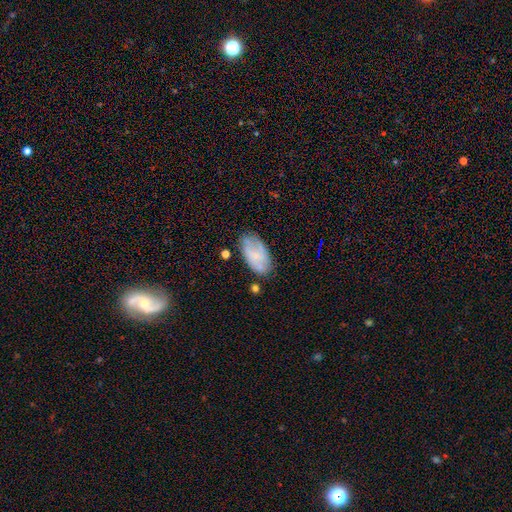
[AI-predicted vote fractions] The model was most divided on "smooth or featured": smooth: 49%, featured or disk: 43%, star or artifact: 8%. More confident: merging — none (66%).